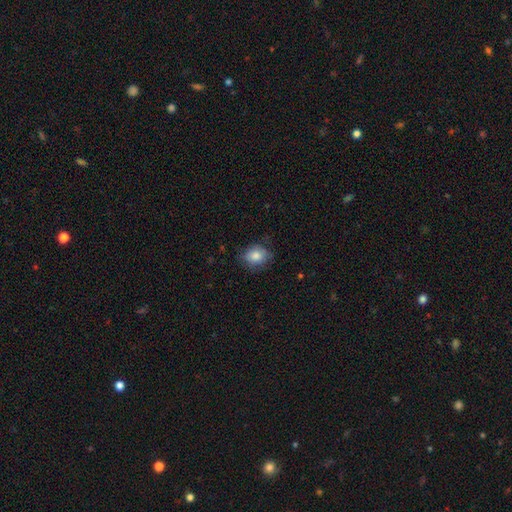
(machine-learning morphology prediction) A smooth galaxy with no disk features (82%) that is in between round and cigar-shaped (51%).

Vote fractions:
- Smooth or featured? smooth: 82% / featured or disk: 10% / star or artifact: 8%
- How rounded? in between: 51% / round: 48% / cigar-shaped: 1%
- Merging? none: 74% / minor disturbance: 20% / major disturbance: 5% / merger: 1%